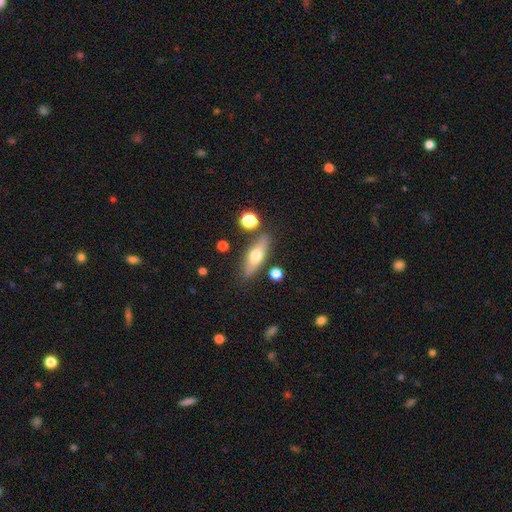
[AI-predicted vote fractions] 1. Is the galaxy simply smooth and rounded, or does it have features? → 52% smooth, 41% featured or disk, 7% star or artifact.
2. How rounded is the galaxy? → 51% in between, 45% cigar-shaped, 4% round.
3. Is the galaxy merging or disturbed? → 82% none, 11% minor disturbance, 4% merger, 3% major disturbance.